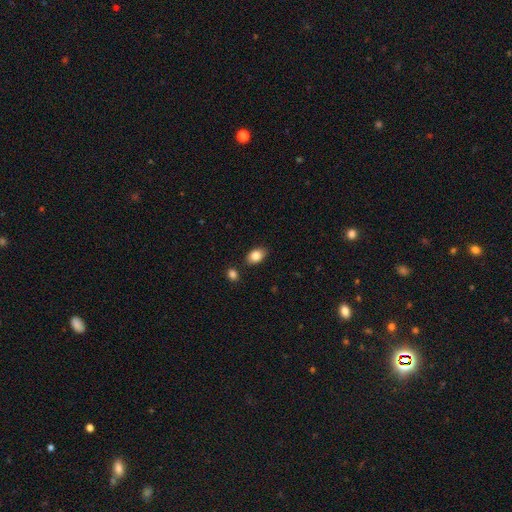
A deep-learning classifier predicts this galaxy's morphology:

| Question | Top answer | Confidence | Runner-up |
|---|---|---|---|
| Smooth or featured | smooth | 85% | star or artifact (8%) |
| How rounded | in between | 83% | round (15%) |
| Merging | none | 83% | minor disturbance (11%) |